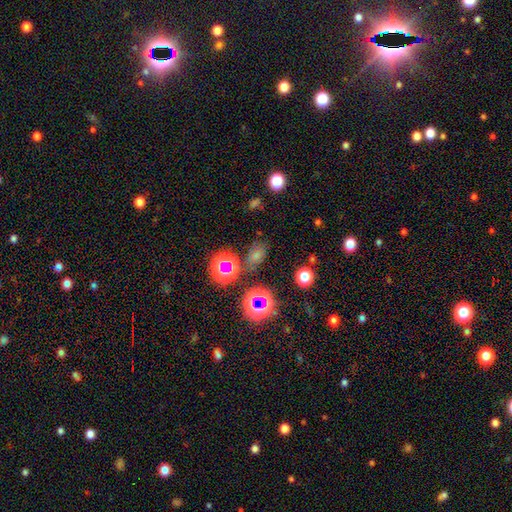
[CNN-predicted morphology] smooth 60%, star or artifact 30%, featured or disk 10%. Down the decision tree: how rounded — in between (70%); merging — none (67%).